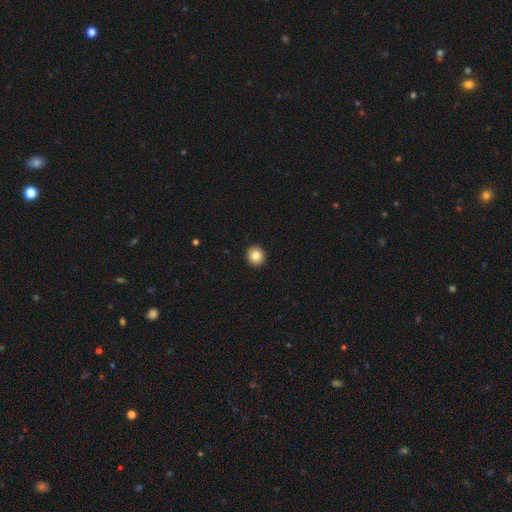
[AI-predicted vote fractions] Smooth or featured? Predicted: smooth (p=0.83). How rounded? Predicted: round (p=0.91). Merging? Predicted: none (p=0.93).